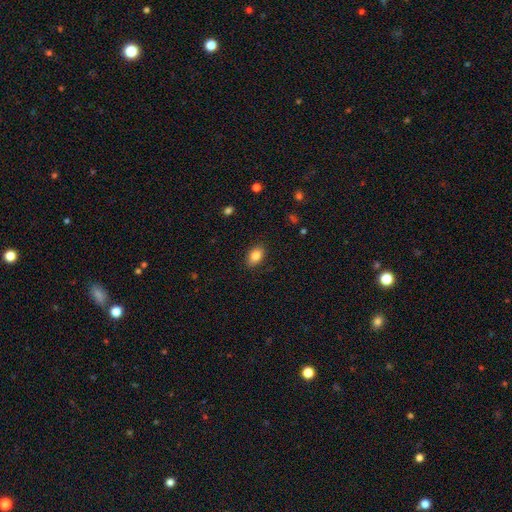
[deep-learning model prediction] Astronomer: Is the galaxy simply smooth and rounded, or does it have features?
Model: smooth — 84%.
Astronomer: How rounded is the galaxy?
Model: in between — 87%.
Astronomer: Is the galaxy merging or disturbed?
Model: none — 88%.